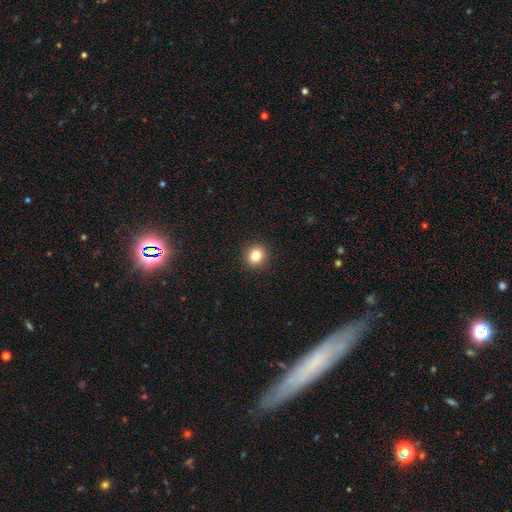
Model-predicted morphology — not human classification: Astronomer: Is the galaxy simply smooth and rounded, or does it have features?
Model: smooth — 83%.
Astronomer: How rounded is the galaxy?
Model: round — 80%.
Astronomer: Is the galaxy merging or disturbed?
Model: none — 92%.